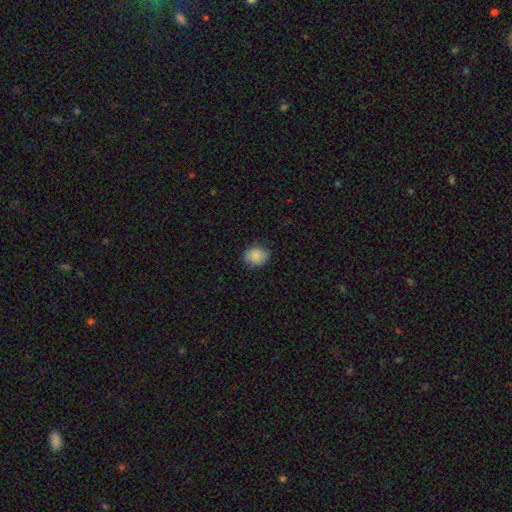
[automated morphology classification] smooth 87%, star or artifact 8%, featured or disk 6%. Down the decision tree: how rounded — round (67%); merging — none (78%).